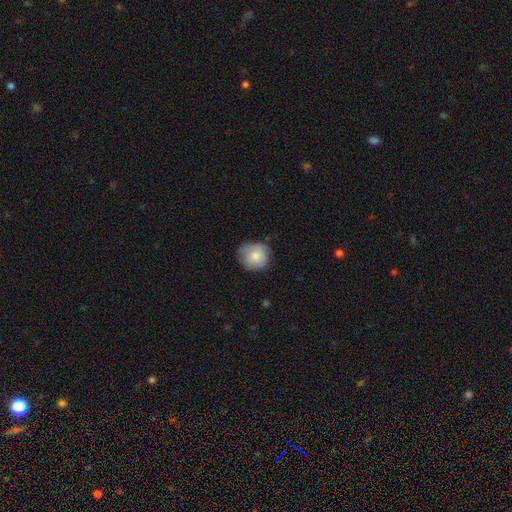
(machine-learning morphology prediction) Smooth or featured? smooth (81%)
How rounded? round (85%)
Merging? none (66%)